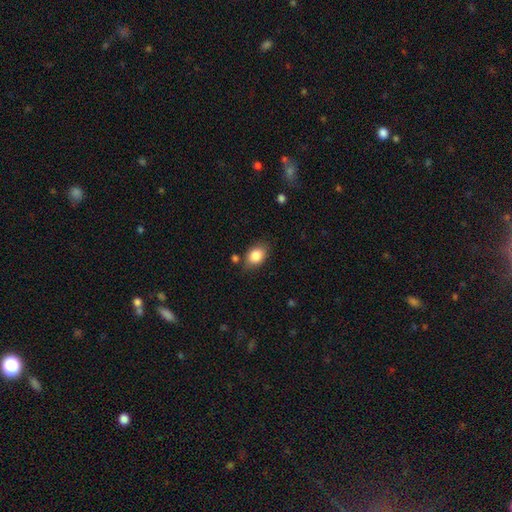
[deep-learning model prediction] Smooth or featured: smooth — 85% (star or artifact — 8%)
How rounded: in between — 79% (round — 19%)
Merging: none — 76% (minor disturbance — 16%)